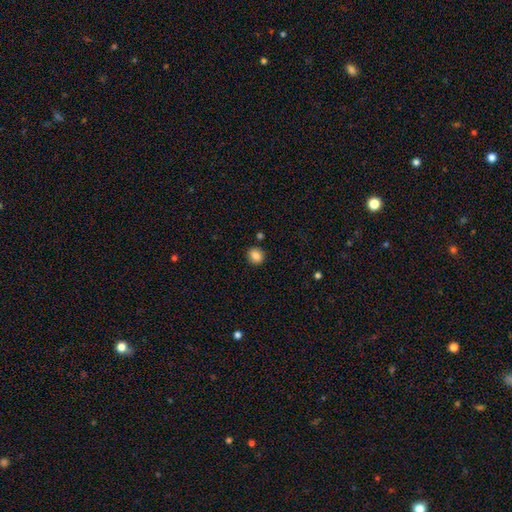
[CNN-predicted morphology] Smooth or featured: smooth — 85% (star or artifact — 10%)
How rounded: round — 76% (in between — 23%)
Merging: none — 88% (minor disturbance — 7%)